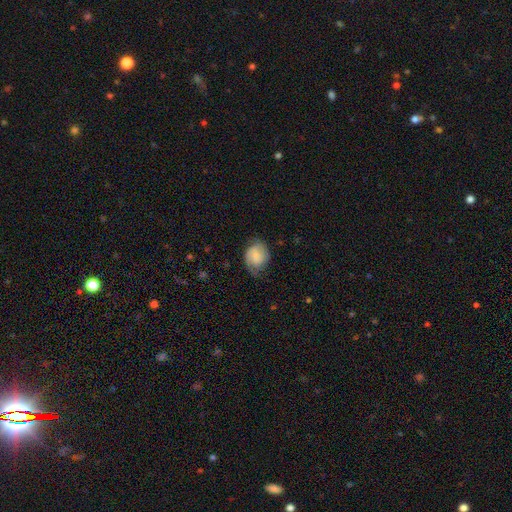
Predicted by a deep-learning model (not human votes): smooth 50%, featured or disk 42%, star or artifact 8%. Down the decision tree: merging — none (51%).